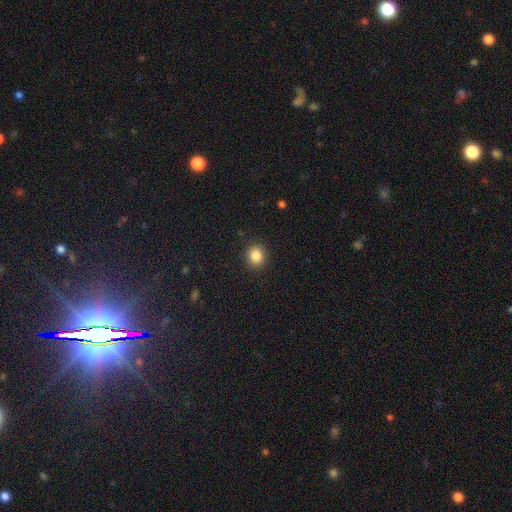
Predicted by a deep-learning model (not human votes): Smooth or featured? Predicted: smooth (p=0.86). How rounded? Predicted: round (p=0.77). Merging? Predicted: none (p=0.90).